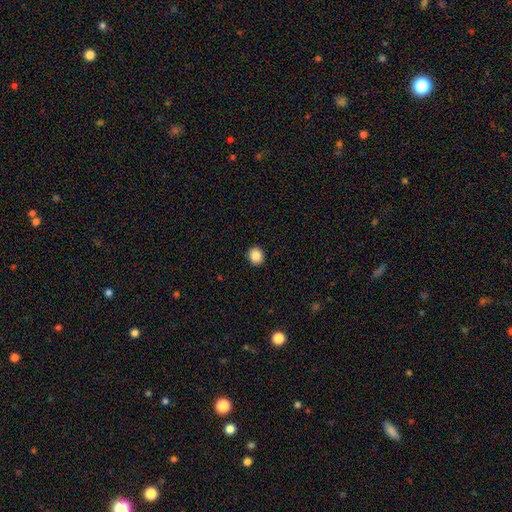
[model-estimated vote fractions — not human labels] Smooth or featured? Predicted: smooth (p=0.87). How rounded? Predicted: round (p=0.75). Merging? Predicted: none (p=0.92).